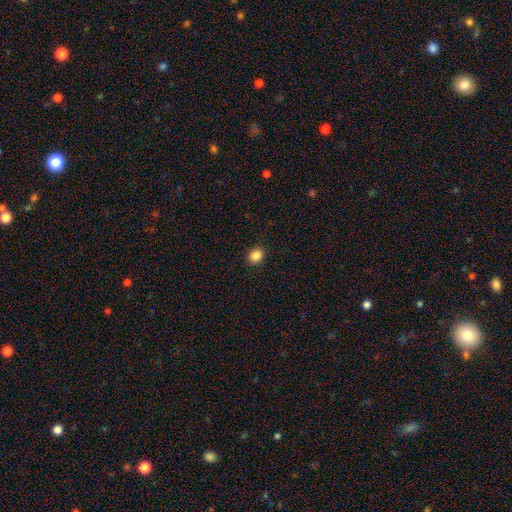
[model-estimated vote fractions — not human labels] smooth_or_featured: smooth (p=0.86) [alt: star or artifact p=0.10]
how_rounded: round (p=0.64) [alt: in between p=0.35]
merging: none (p=0.91) [alt: minor disturbance p=0.06]